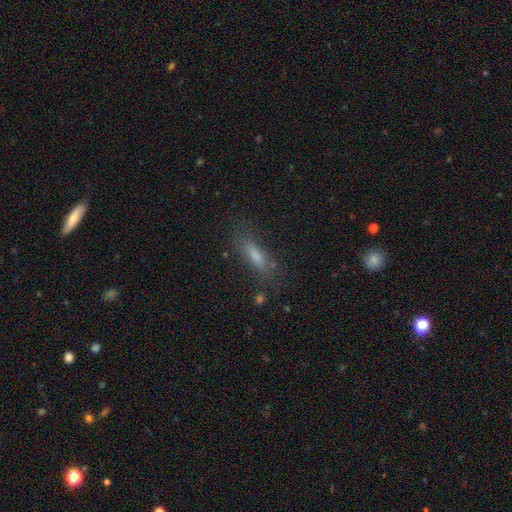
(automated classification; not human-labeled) This is likely a smooth galaxy (66%). How rounded: likely cigar-shaped (65%). Merging: likely none (74%).